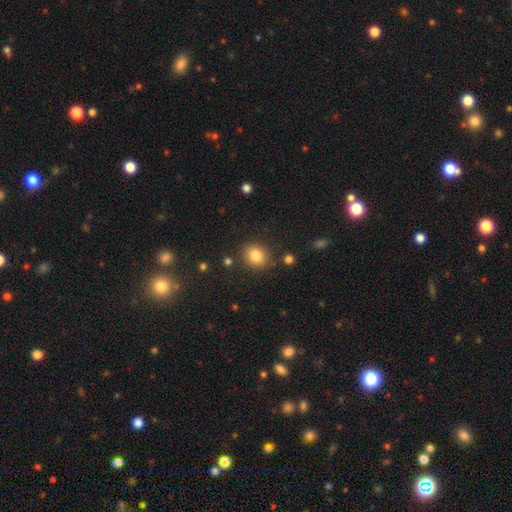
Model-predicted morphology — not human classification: type=smooth (83%); roundness=round (69%); merging=none (85%).